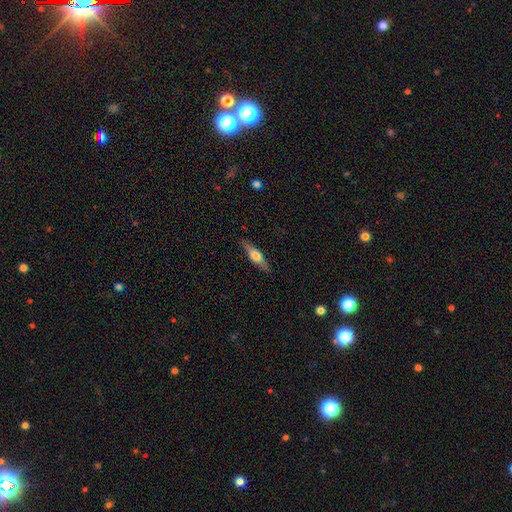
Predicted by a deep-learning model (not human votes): Smooth or featured? Predicted: featured or disk (p=0.52). Edge-on disk? Predicted: yes (p=0.93). Merging? Predicted: none (p=0.86).